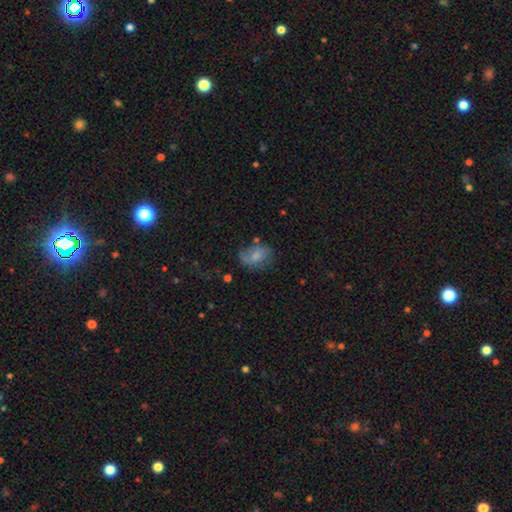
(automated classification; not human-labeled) This is likely a smooth galaxy (61%). How rounded: likely in between (76%). Merging: possibly none (55%).